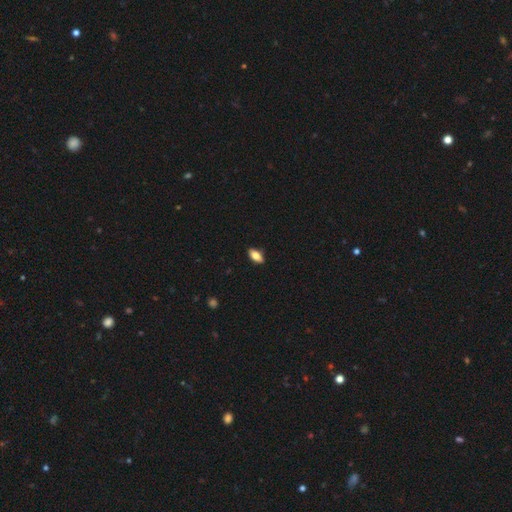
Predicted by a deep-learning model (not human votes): Smooth or featured? Predicted: smooth (p=0.77). How rounded? Predicted: in between (p=0.88). Merging? Predicted: none (p=0.88).